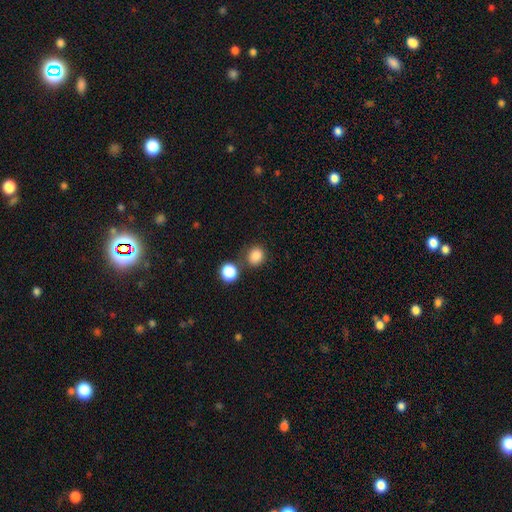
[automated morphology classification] smooth 85%, star or artifact 11%, featured or disk 4%. Down the decision tree: how rounded — round (80%); merging — none (73%).